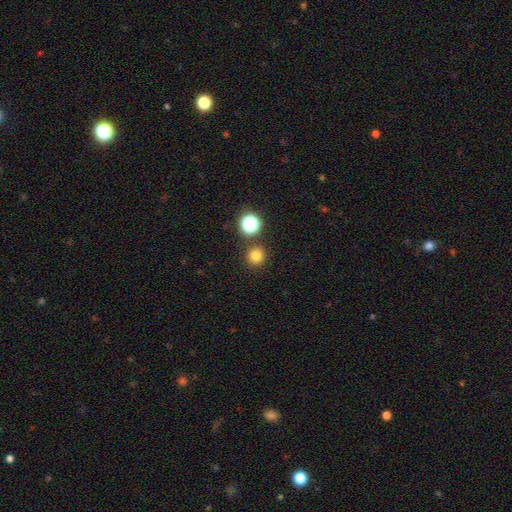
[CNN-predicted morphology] This appears to be a smooth galaxy with no disk features (78%) that is round (93%). Merging: none (86%).